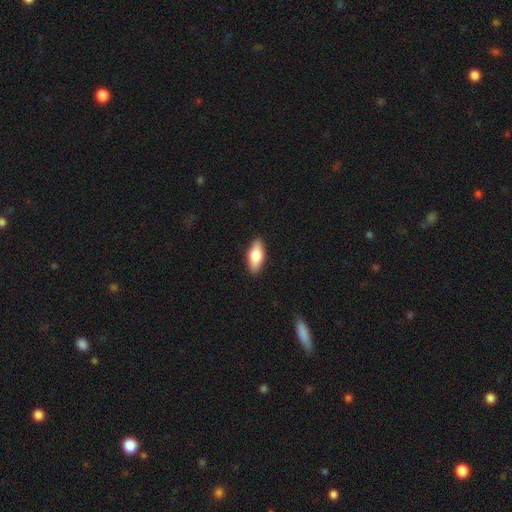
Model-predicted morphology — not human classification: type=smooth (77%); roundness=in between (79%); merging=none (89%).